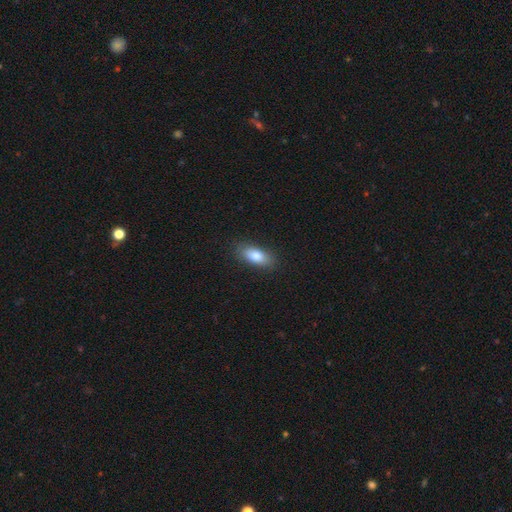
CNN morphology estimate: Smooth or featured: smooth — 83% (featured or disk — 10%)
How rounded: in between — 82% (cigar-shaped — 15%)
Merging: none — 86% (minor disturbance — 10%)